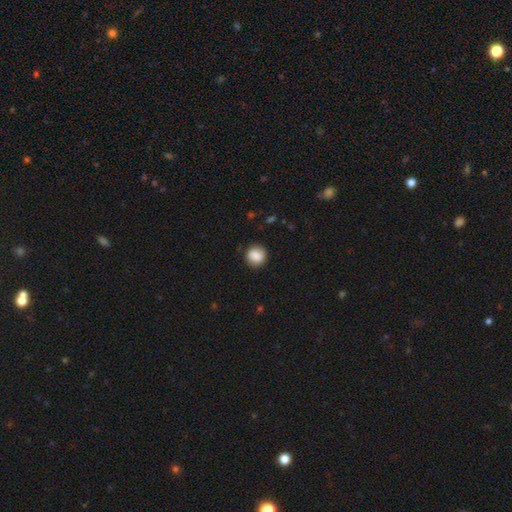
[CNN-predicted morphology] smooth-or-featured: smooth: 87% | star or artifact: 8% | featured or disk: 6%
  how-rounded: round: 87% | in between: 12% | cigar-shaped: 1%
  merging: none: 86% | minor disturbance: 10% | major disturbance: 3% | merger: 1%